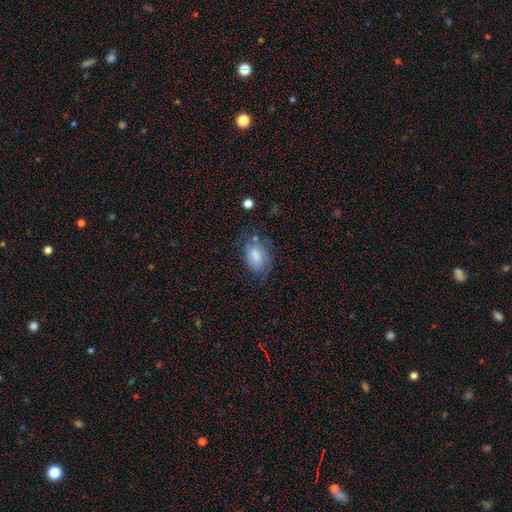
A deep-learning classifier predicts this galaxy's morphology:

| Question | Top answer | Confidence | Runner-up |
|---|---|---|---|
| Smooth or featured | smooth | 72% | featured or disk (20%) |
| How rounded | in between | 87% | round (12%) |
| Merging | none | 54% | minor disturbance (29%) |